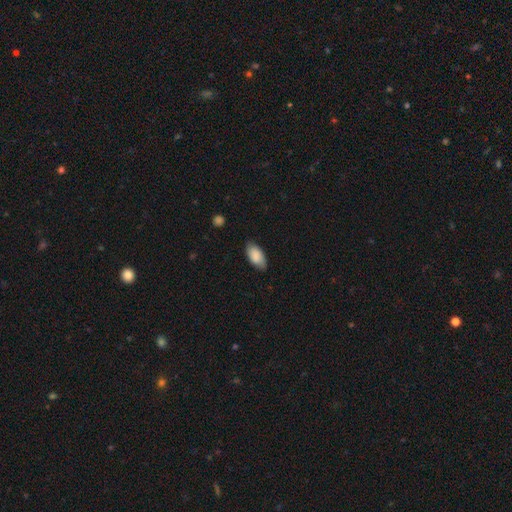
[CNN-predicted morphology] Smooth or featured: smooth — 86% (featured or disk — 8%)
How rounded: in between — 94% (cigar-shaped — 4%)
Merging: none — 80% (minor disturbance — 16%)